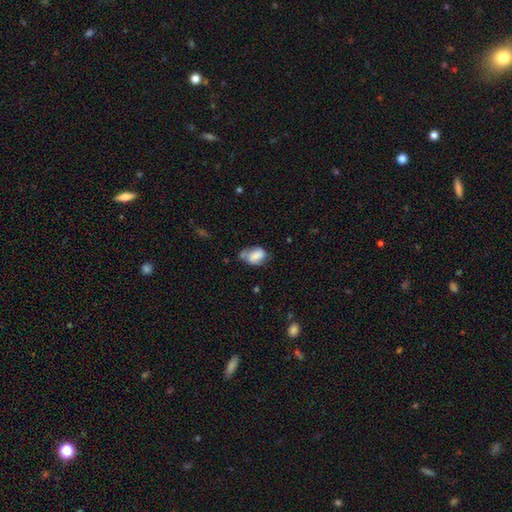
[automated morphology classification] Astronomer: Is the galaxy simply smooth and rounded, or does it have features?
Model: smooth — 67%.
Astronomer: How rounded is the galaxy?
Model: in between — 81%.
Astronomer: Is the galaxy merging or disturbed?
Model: none — 37% (runner-up: minor disturbance, 34%).